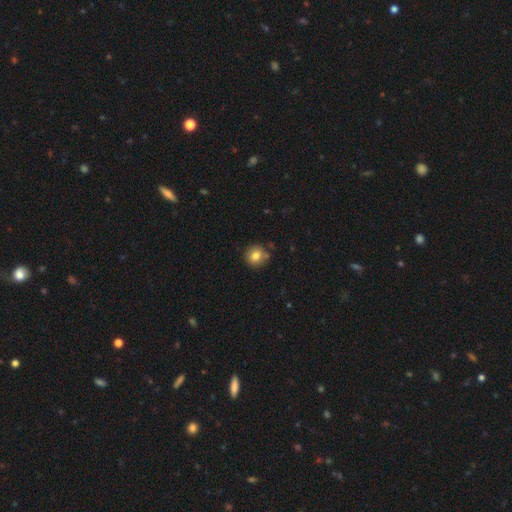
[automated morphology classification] A smooth galaxy with no disk features (80%) that is round (89%).

Vote fractions:
- Smooth or featured? smooth: 80% / star or artifact: 10% / featured or disk: 10%
- How rounded? round: 89% / in between: 10% / cigar-shaped: 1%
- Merging? none: 79% / minor disturbance: 13% / merger: 6% / major disturbance: 3%